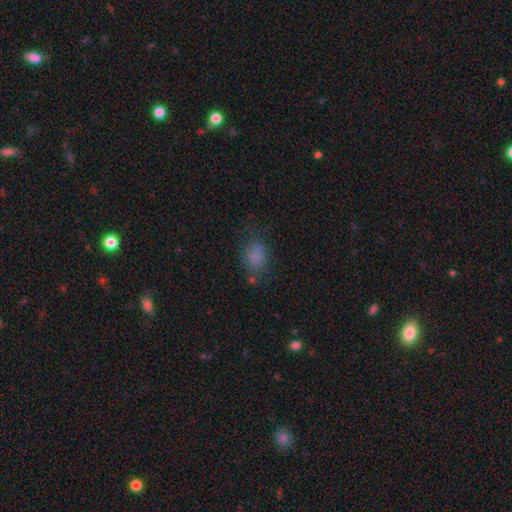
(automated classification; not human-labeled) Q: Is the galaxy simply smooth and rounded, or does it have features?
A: smooth — 76%.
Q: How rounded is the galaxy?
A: in between — 77%.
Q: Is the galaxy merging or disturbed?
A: none — 58%.